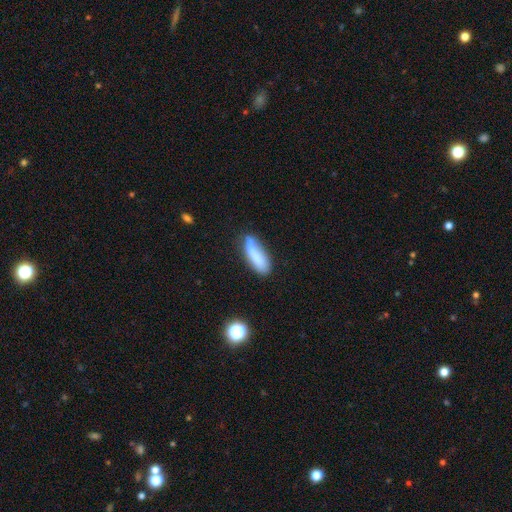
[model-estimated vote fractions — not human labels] Q: Smooth or featured?
A: smooth (70%); runner-up: featured or disk (22%)
Q: How rounded?
A: cigar-shaped (55%); runner-up: in between (43%)
Q: Merging?
A: none (49%); runner-up: minor disturbance (28%)